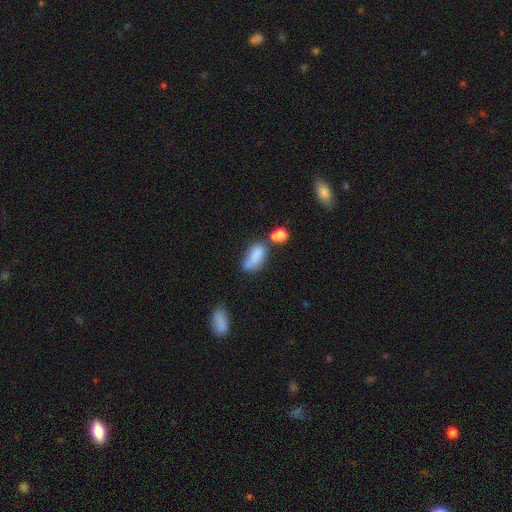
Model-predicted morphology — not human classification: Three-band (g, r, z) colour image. It shows a smooth galaxy with no disk features (76%) that is in between round and cigar-shaped (81%). Merging: none (36%).